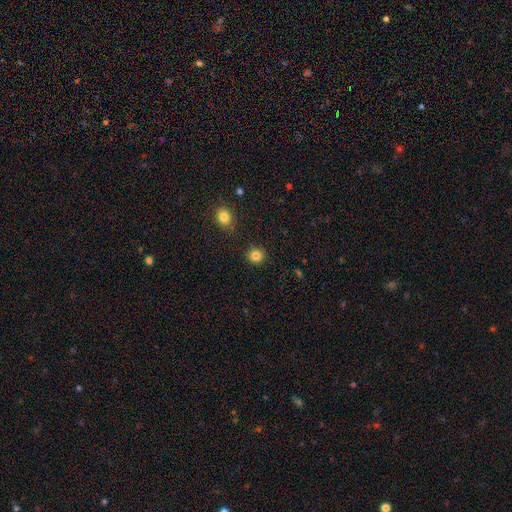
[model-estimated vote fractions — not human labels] The model was most divided on "smooth or featured": smooth: 84%, star or artifact: 12%, featured or disk: 4%. More confident: how rounded — round (92%); merging — none (90%).